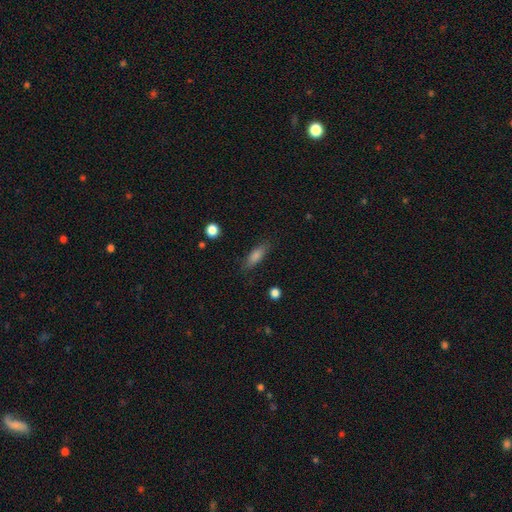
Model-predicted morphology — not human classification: Smooth or featured: smooth — 77% (featured or disk — 14%)
How rounded: in between — 53% (cigar-shaped — 44%)
Merging: none — 84% (minor disturbance — 12%)